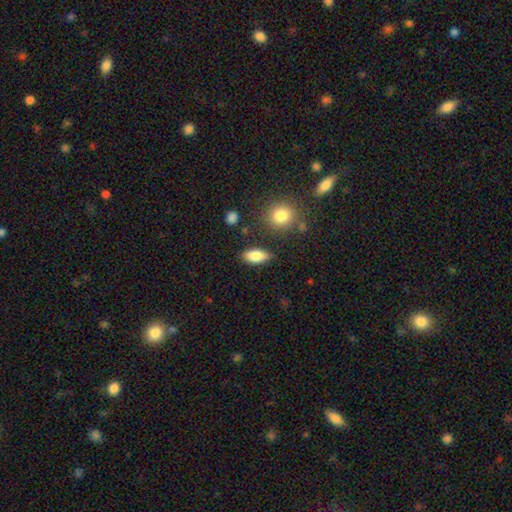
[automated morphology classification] smooth-or-featured: smooth: 83% | featured or disk: 9% | star or artifact: 8%
  how-rounded: in between: 86% | cigar-shaped: 9% | round: 5%
  merging: none: 79% | minor disturbance: 14% | major disturbance: 4% | merger: 3%